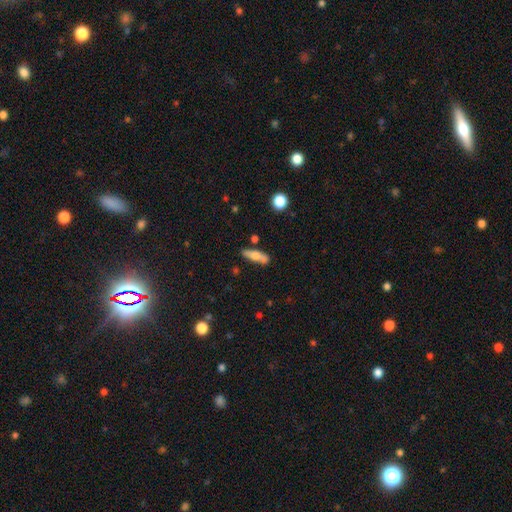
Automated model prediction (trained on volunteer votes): The model was most divided on "how rounded": cigar-shaped: 55%, in between: 42%, round: 3%. More confident: merging — none (69%); smooth or featured — smooth (61%).